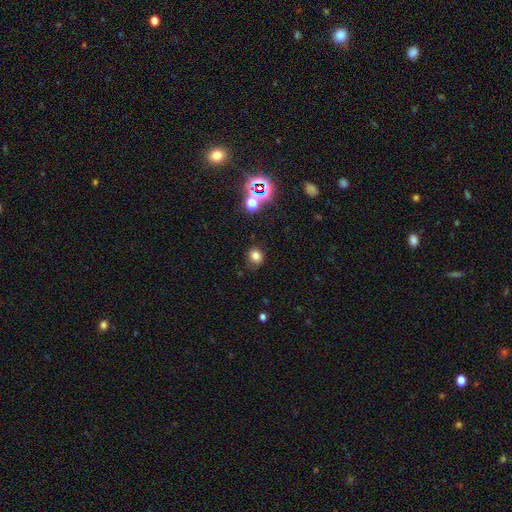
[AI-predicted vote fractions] Smooth or featured?
  - smooth: 74% *
  - star or artifact: 19%
  - featured or disk: 8%
How rounded?
  - round: 71% *
  - in between: 28%
  - cigar-shaped: 1%
Merging?
  - none: 80% *
  - minor disturbance: 13%
  - major disturbance: 4%
  - merger: 3%